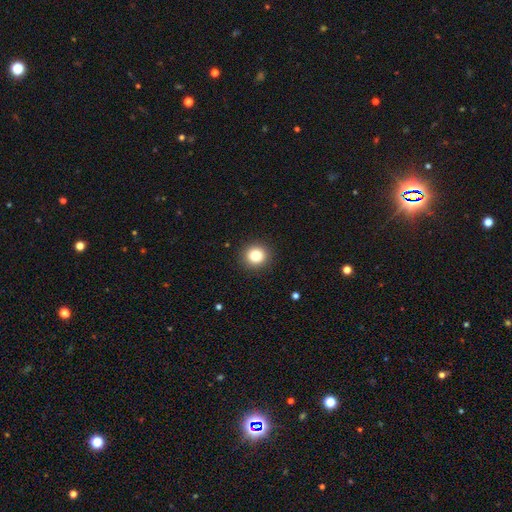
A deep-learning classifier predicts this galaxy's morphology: smooth-or-featured: smooth: 83% | star or artifact: 11% | featured or disk: 6%
  how-rounded: round: 92% | in between: 7% | cigar-shaped: 1%
  merging: none: 92% | minor disturbance: 5% | major disturbance: 2% | merger: 1%